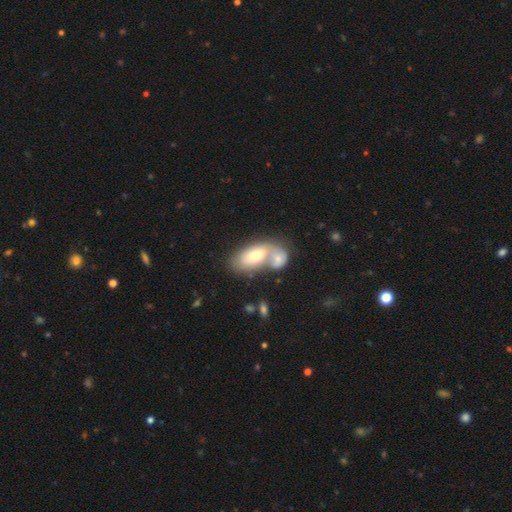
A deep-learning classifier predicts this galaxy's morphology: This appears to be a smooth galaxy with no disk features (65%) that is in between round and cigar-shaped (90%). Merging: merger (66%).